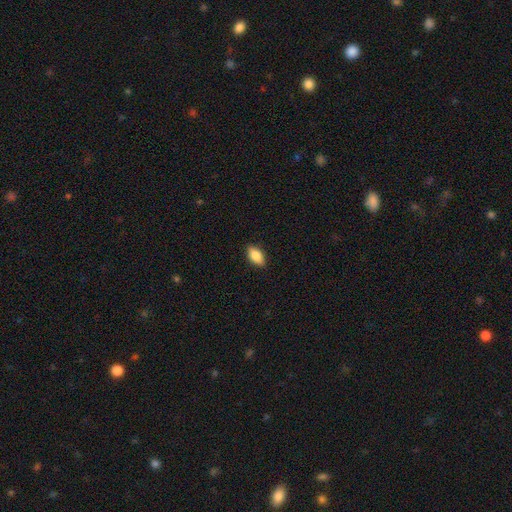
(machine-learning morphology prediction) Smooth or featured?
  - smooth: 84% *
  - featured or disk: 9%
  - star or artifact: 7%
How rounded?
  - in between: 90% *
  - cigar-shaped: 6%
  - round: 4%
Merging?
  - none: 89% *
  - minor disturbance: 8%
  - major disturbance: 2%
  - merger: 1%